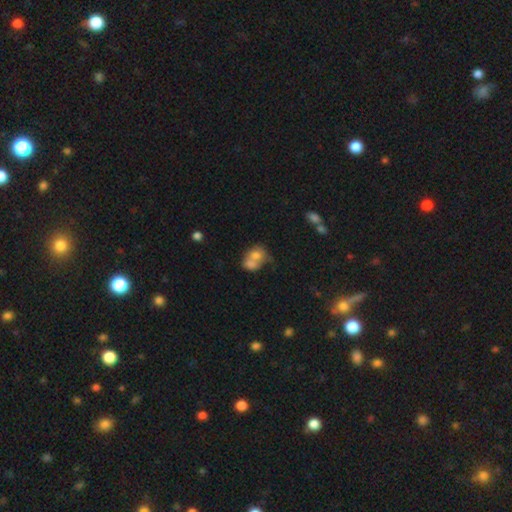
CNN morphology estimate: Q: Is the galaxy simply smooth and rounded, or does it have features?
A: smooth — 71%.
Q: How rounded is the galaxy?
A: in between — 56%.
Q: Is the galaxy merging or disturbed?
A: merger — 67%.